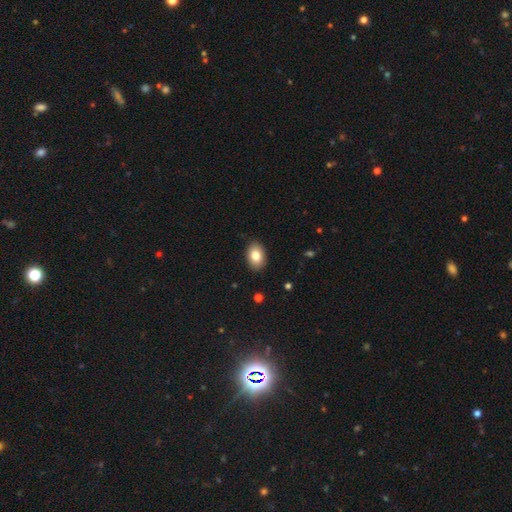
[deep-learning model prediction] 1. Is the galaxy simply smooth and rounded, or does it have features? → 81% smooth, 11% featured or disk, 8% star or artifact.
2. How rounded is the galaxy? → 85% in between, 14% round, 1% cigar-shaped.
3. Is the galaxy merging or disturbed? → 89% none, 8% minor disturbance, 2% major disturbance, 1% merger.